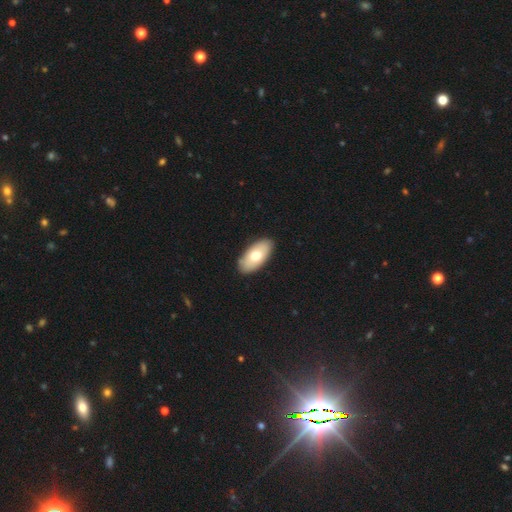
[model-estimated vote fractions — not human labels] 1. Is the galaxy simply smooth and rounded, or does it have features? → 68% smooth, 27% featured or disk, 5% star or artifact.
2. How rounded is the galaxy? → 94% in between, 4% cigar-shaped, 2% round.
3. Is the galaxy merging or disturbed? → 89% none, 8% minor disturbance, 2% major disturbance, 1% merger.